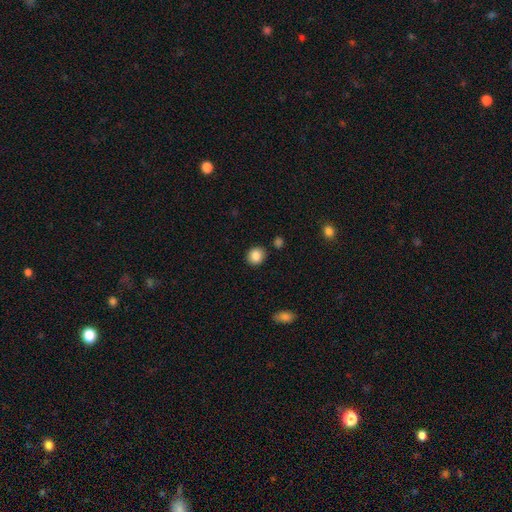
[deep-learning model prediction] Smooth or featured: smooth — 86% (star or artifact — 9%)
How rounded: round — 76% (in between — 23%)
Merging: none — 87% (minor disturbance — 8%)